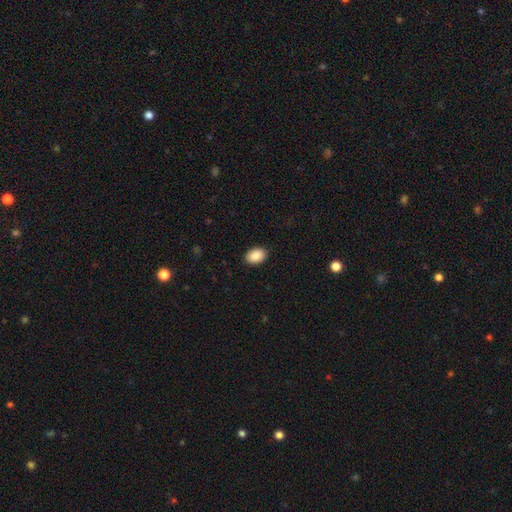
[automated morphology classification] Overall: smooth (90%). How rounded: in between (82%). Merging: none (90%).